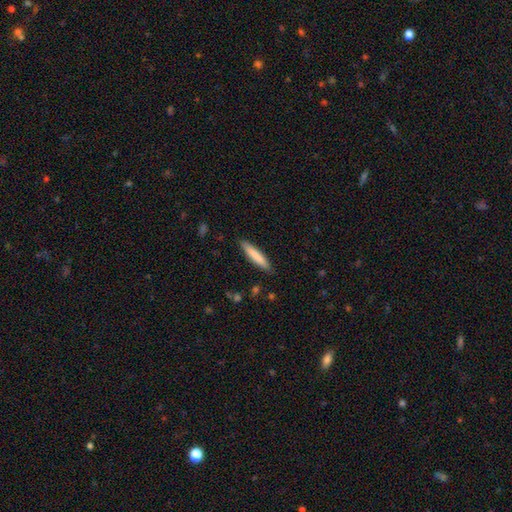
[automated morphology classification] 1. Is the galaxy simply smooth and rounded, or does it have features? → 80% smooth, 14% featured or disk, 6% star or artifact.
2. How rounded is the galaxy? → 90% cigar-shaped, 9% in between, 1% round.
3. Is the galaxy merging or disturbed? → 89% none, 9% minor disturbance, 2% major disturbance, 1% merger.